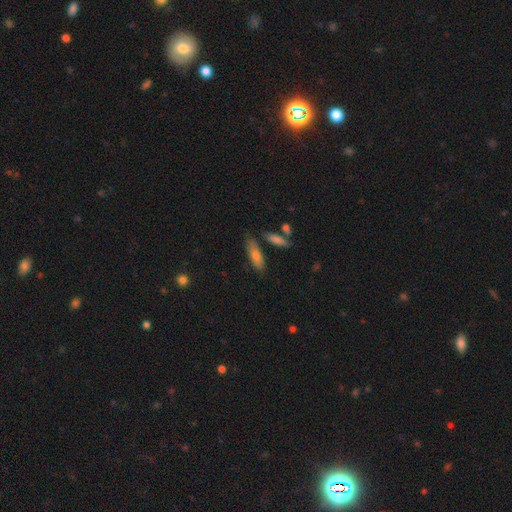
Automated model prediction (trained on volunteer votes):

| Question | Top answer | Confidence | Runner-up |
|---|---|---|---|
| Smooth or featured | smooth | 71% | featured or disk (21%) |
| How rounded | cigar-shaped | 49% | tied: in between (49%) |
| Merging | none | 74% | minor disturbance (15%) |